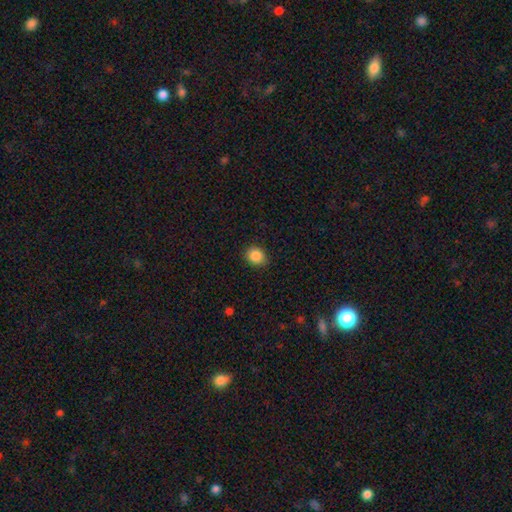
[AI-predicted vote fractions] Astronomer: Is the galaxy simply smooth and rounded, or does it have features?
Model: smooth — 87%.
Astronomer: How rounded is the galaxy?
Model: round — 68%.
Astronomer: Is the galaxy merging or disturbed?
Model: none — 87%.